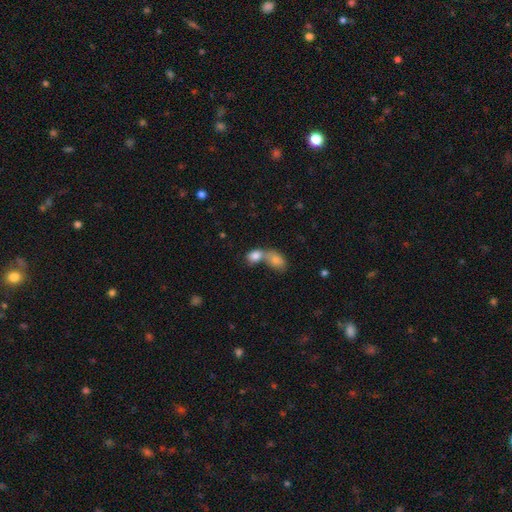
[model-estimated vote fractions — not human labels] Morphology: type=smooth (81%); roundness=in between (71%); merging=merger (70%).